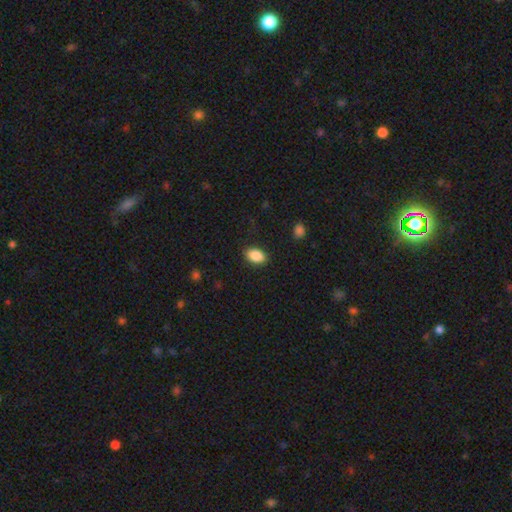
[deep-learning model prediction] The model was most divided on "merging": none: 87%, minor disturbance: 10%, major disturbance: 3%, merger: 1%. More confident: how rounded — in between (90%); smooth or featured — smooth (89%).